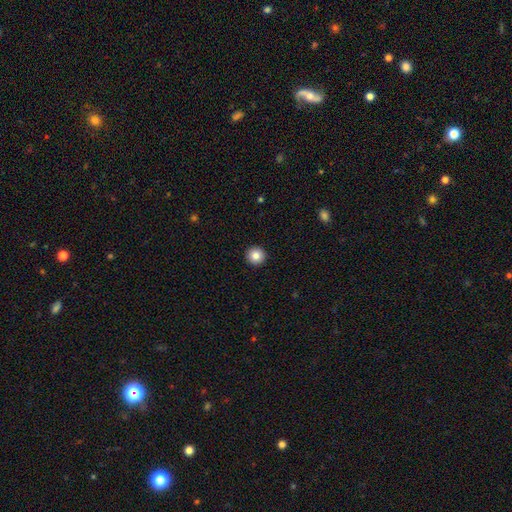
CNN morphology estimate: A smooth galaxy with no disk features (85%) that is round (96%). Merging: none (94%).